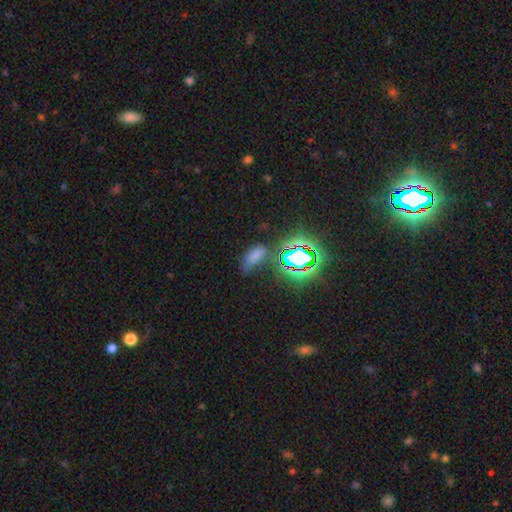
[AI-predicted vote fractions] smooth_or_featured: smooth (p=0.53) [alt: star or artifact p=0.35]
how_rounded: in between (p=0.81) [alt: cigar-shaped p=0.12]
merging: none (p=0.48) [alt: minor disturbance p=0.27]